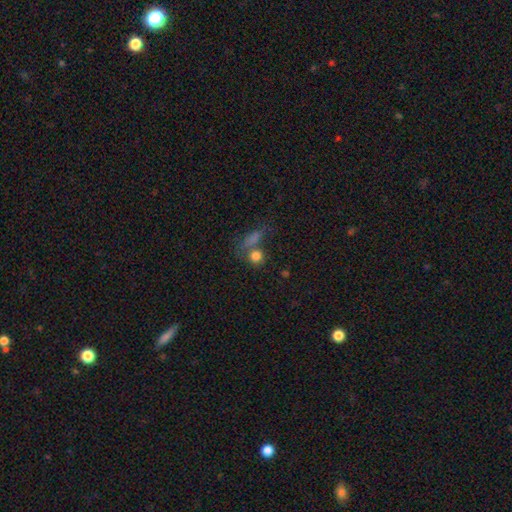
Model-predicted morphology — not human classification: Smooth or featured?
  - smooth: 78% *
  - star or artifact: 14%
  - featured or disk: 9%
How rounded?
  - round: 79% *
  - in between: 18%
  - cigar-shaped: 3%
Merging?
  - none: 52% *
  - merger: 30%
  - minor disturbance: 11%
  - major disturbance: 7%